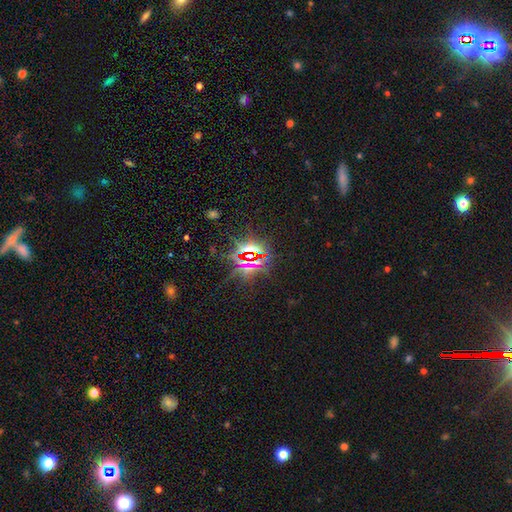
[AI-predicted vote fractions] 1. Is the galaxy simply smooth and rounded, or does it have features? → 83% star or artifact, 9% smooth, 8% featured or disk.